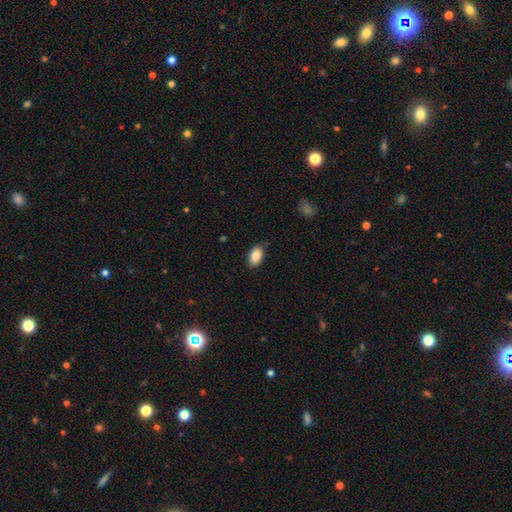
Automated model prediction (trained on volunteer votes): Smooth or featured? Predicted: smooth (p=0.88). How rounded? Predicted: in between (p=0.91). Merging? Predicted: none (p=0.83).